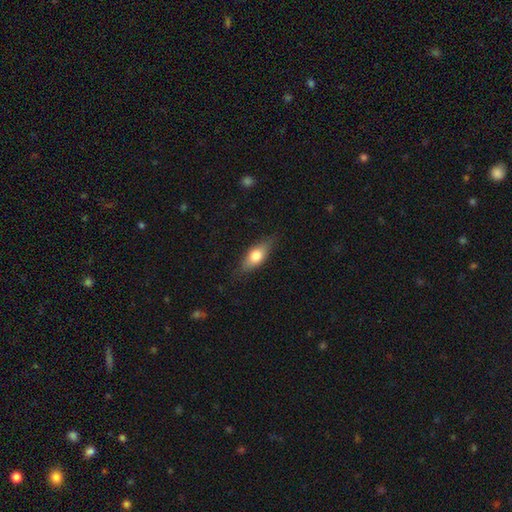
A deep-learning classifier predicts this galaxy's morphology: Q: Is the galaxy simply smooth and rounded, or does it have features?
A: smooth — 67%.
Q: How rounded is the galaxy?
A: in between — 73%.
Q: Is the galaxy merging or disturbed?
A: none — 81%.